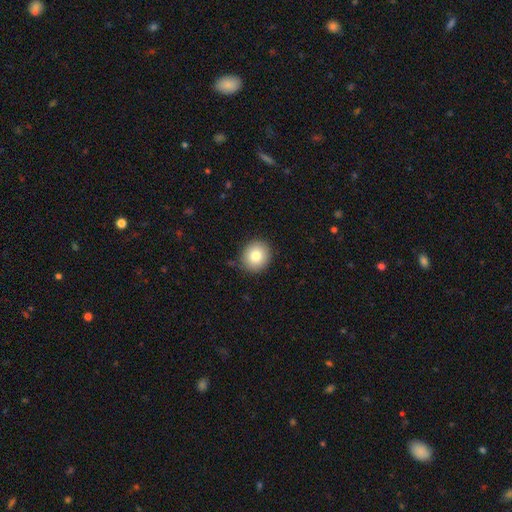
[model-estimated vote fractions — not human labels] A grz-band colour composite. It shows a smooth galaxy with no disk features (80%) that is round (87%). Merging: none (87%).